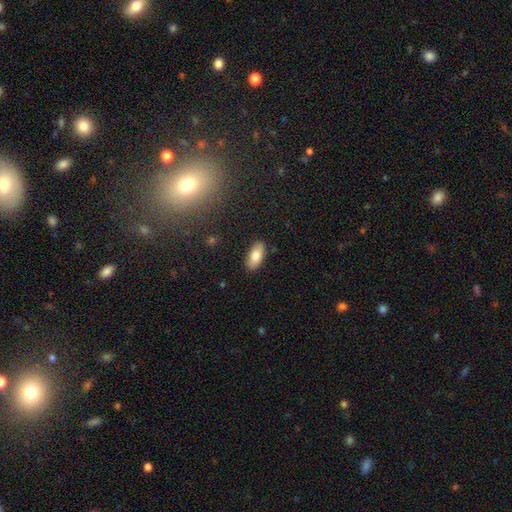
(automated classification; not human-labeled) Q: Smooth or featured?
A: smooth (82%); runner-up: featured or disk (11%)
Q: How rounded?
A: in between (90%); runner-up: cigar-shaped (8%)
Q: Merging?
A: none (88%); runner-up: minor disturbance (9%)